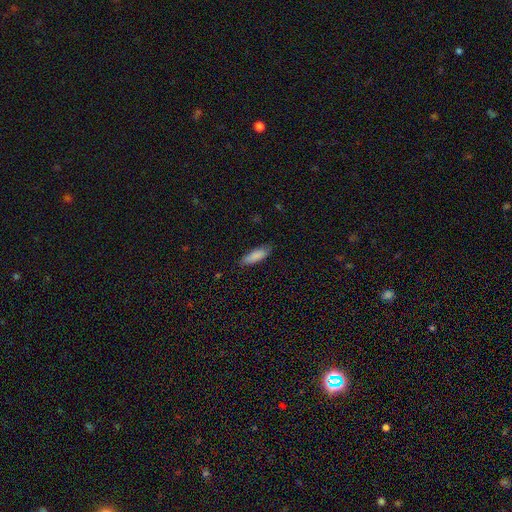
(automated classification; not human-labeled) A smooth galaxy with no disk features (87%) that is cigar-shaped (51%). Merging: none (83%).